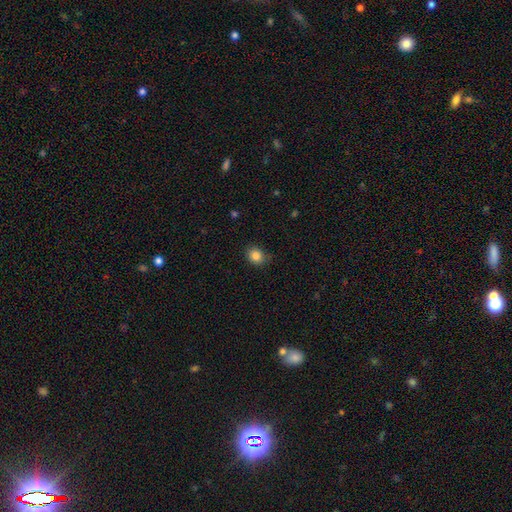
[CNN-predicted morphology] Smooth or featured: smooth — 85% (star or artifact — 10%)
How rounded: round — 64% (in between — 36%)
Merging: none — 81% (minor disturbance — 15%)